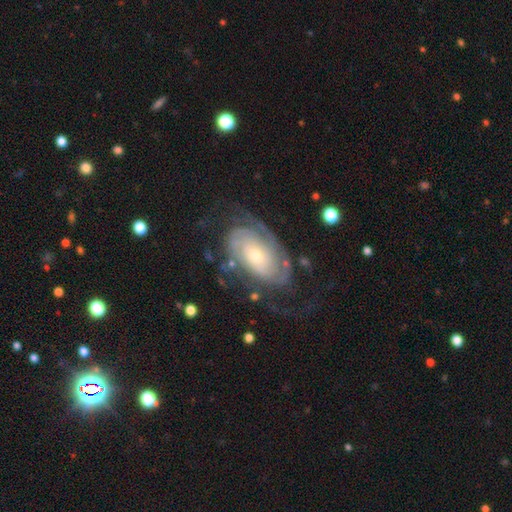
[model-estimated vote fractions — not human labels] A featured or disk galaxy (86%) with no bar (73%), 2 (44%) tight (66%) spiral arms (95%) and a small central bulge (55%). Merging: none (65%).